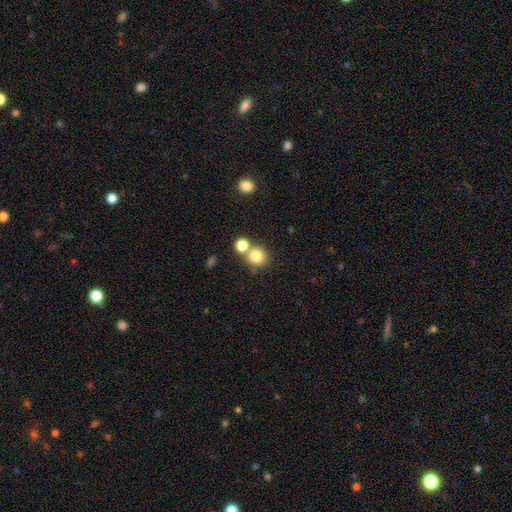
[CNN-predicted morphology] Q: Smooth or featured?
A: smooth (80%); runner-up: star or artifact (12%)
Q: How rounded?
A: round (88%); runner-up: in between (11%)
Q: Merging?
A: none (61%); runner-up: merger (28%)